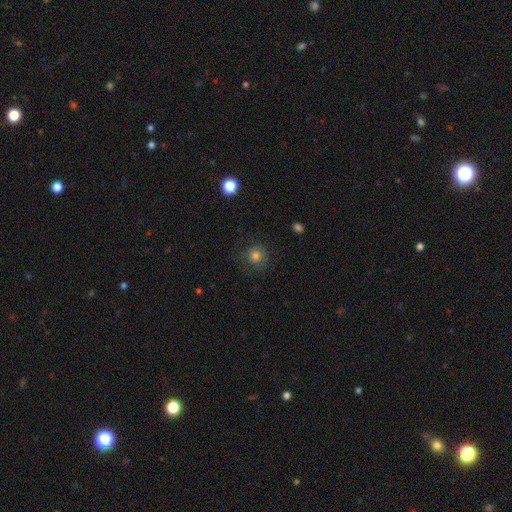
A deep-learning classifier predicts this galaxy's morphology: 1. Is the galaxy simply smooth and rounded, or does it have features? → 77% smooth, 13% star or artifact, 10% featured or disk.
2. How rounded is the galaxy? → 91% round, 8% in between, 1% cigar-shaped.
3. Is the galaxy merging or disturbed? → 76% none, 15% minor disturbance, 8% major disturbance, 1% merger.